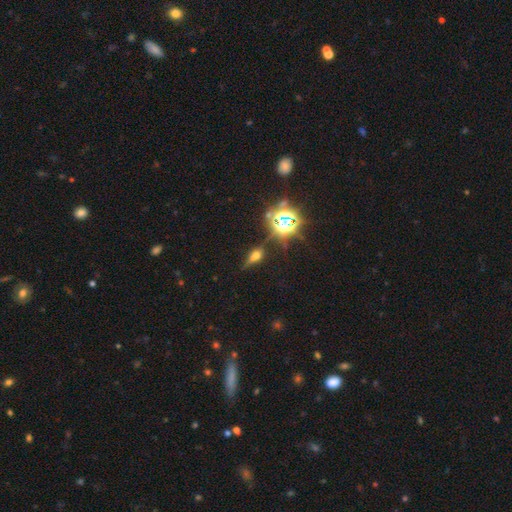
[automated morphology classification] Smooth or featured?
  - featured or disk: 36% *
  - star or artifact: 33%
  - smooth: 32%
Merging?
  - none: 67% *
  - minor disturbance: 19%
  - major disturbance: 9%
  - merger: 5%